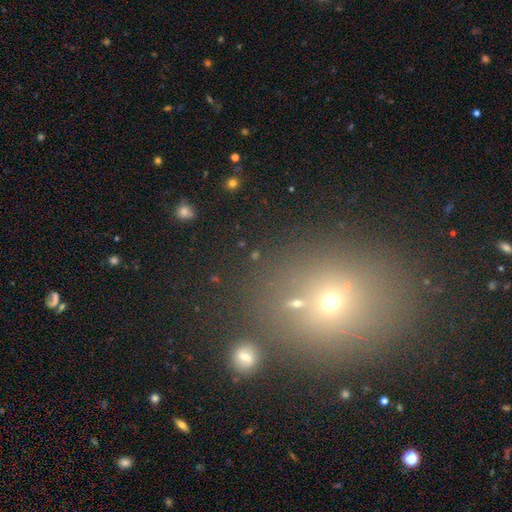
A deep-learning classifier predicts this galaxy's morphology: A star or artifact, not a galaxy (44%).